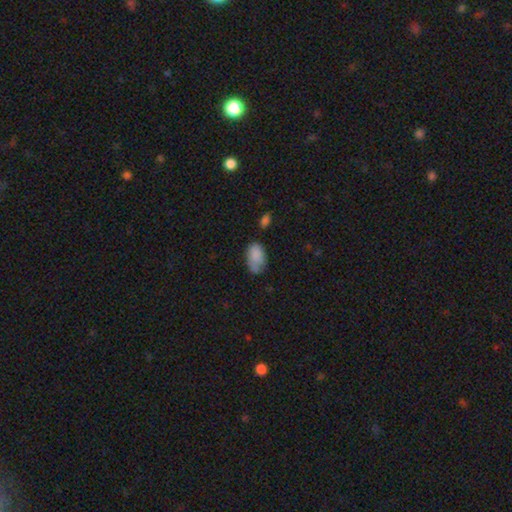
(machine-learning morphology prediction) smooth-or-featured: smooth: 81% | featured or disk: 11% | star or artifact: 8%
  how-rounded: in between: 91% | round: 8% | cigar-shaped: 1%
  merging: none: 51% | minor disturbance: 31% | major disturbance: 10% | merger: 9%